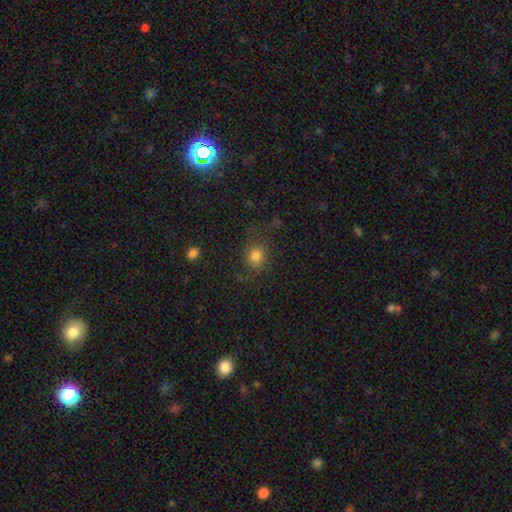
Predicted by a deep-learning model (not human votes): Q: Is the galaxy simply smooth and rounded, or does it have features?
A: smooth — 74%.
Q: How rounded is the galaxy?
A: round — 78%.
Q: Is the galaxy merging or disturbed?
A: none — 64%.